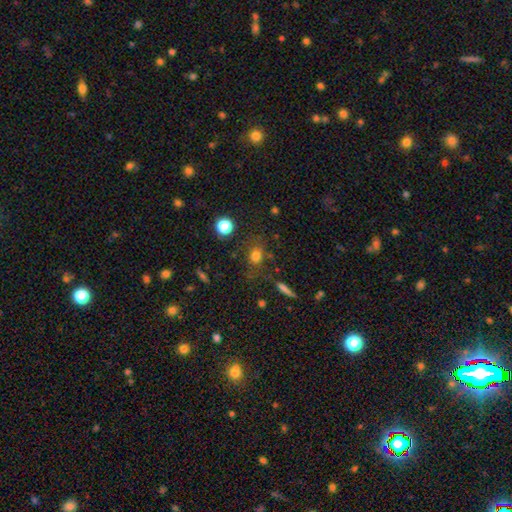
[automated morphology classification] A smooth galaxy with no disk features (74%) that is round (59%). Merging: none (71%).